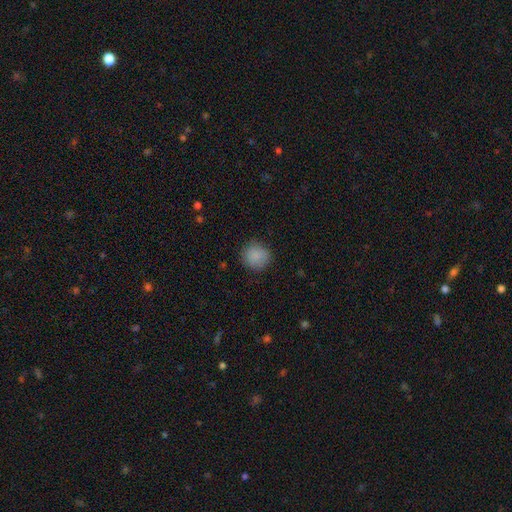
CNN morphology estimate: This is clearly a smooth galaxy (86%). How rounded: clearly round (90%). Merging: clearly none (85%).